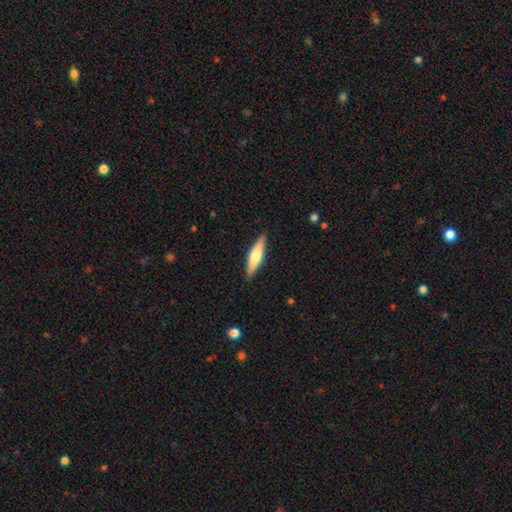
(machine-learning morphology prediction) The model was most divided on "smooth or featured": smooth: 54%, featured or disk: 41%, star or artifact: 5%. More confident: merging — none (89%); how rounded — cigar-shaped (72%).